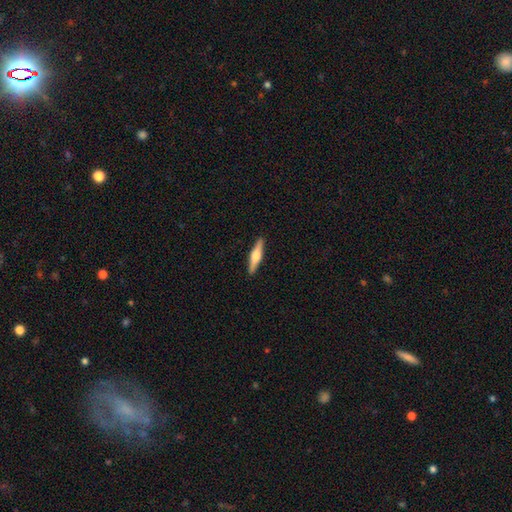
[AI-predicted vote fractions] A featured or disk galaxy (58%) viewed edge-on (97%) with a rounded central bulge (89%). Merging: none (92%).